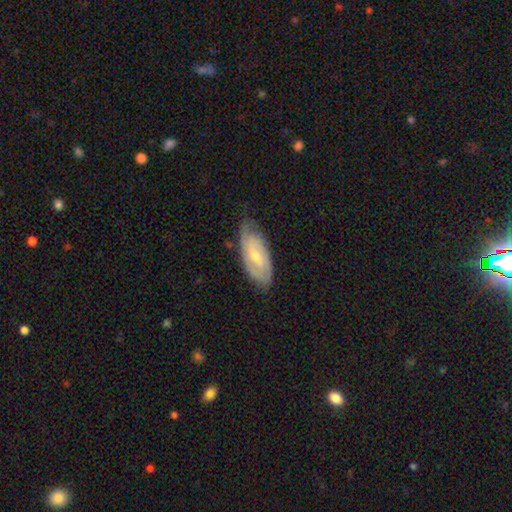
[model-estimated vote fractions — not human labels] featured or disk 68%, smooth 26%, star or artifact 5%. Down the decision tree: edge-on disk — no (91%); bar — weak (46%); spiral arms — yes (87%); spiral arm count — 2 (49%); spiral winding — tight (58%); bulge size — small (54%); merging — none (67%).